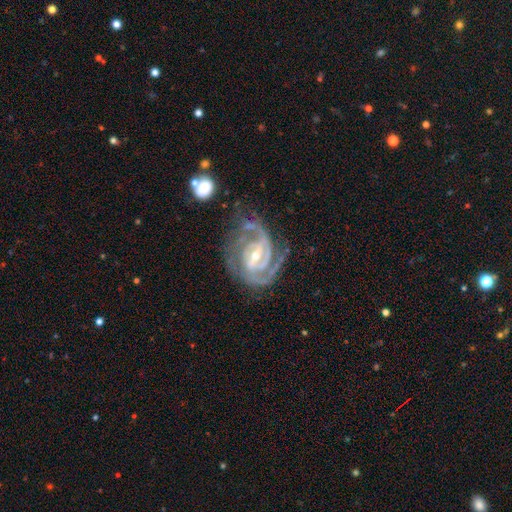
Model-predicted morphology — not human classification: featured or disk 92%, star or artifact 5%, smooth 3%. Down the decision tree: edge-on disk — no (98%); bar — weak (43%); spiral arms — yes (98%); spiral arm count — 2 (43%); spiral winding — tight (57%); bulge size — small (59%); merging — none (60%).